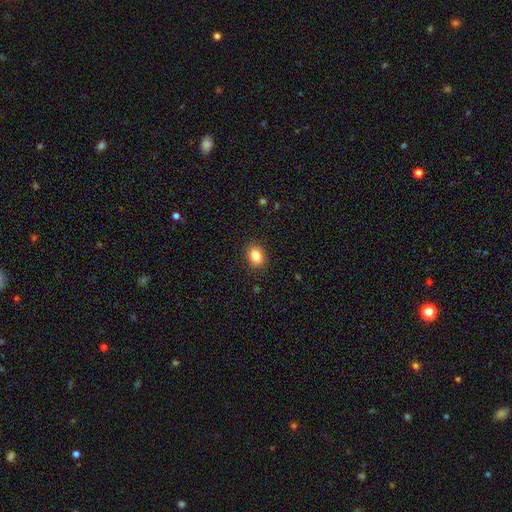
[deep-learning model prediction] Smooth or featured? smooth (84%)
How rounded? in between (56%)
Merging? none (89%)